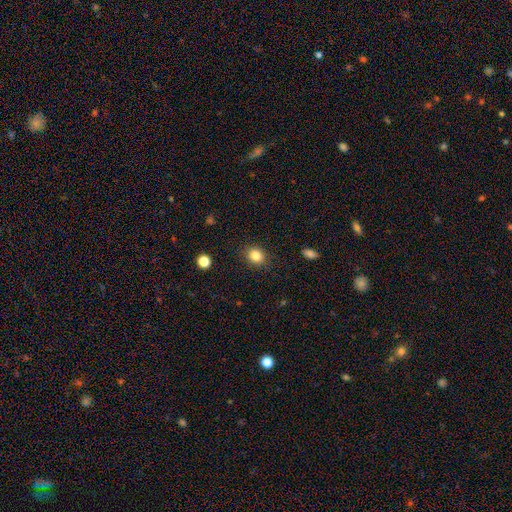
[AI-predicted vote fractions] Smooth or featured? Predicted: smooth (p=0.84). How rounded? Predicted: round (p=0.62). Merging? Predicted: none (p=0.87).